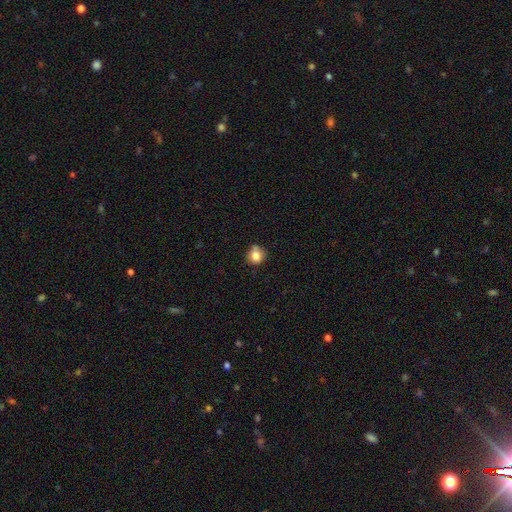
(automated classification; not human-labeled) smooth-or-featured: smooth: 80% | star or artifact: 11% | featured or disk: 9%
  how-rounded: round: 83% | in between: 16% | cigar-shaped: 1%
  merging: none: 67% | minor disturbance: 22% | merger: 7% | major disturbance: 5%